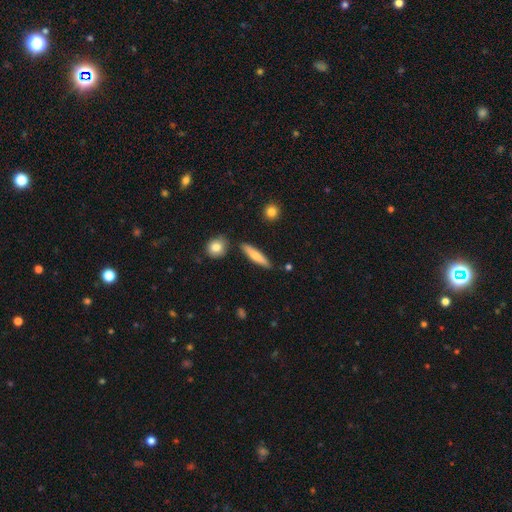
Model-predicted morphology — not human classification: smooth_or_featured: smooth (p=0.66) [alt: featured or disk p=0.28]
how_rounded: cigar-shaped (p=0.82) [alt: in between p=0.16]
merging: none (p=0.84) [alt: minor disturbance p=0.10]